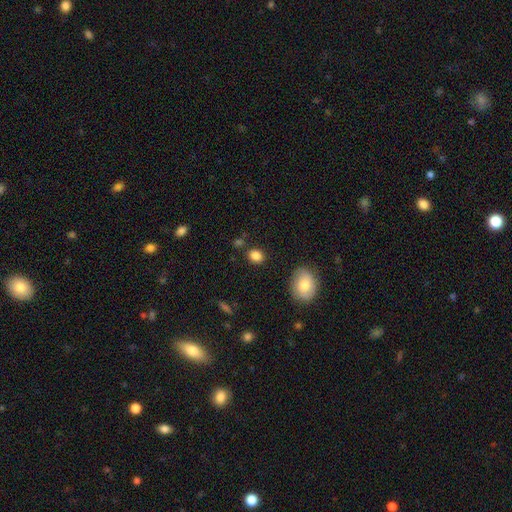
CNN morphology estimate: This is clearly a smooth galaxy (86%). How rounded: possibly round (56%). Merging: clearly none (82%).